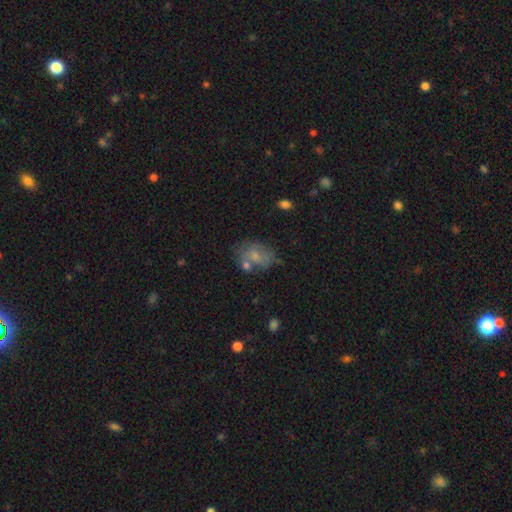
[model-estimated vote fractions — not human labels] smooth_or_featured: smooth (p=0.63) [alt: featured or disk p=0.26]
how_rounded: in between (p=0.69) [alt: round p=0.29]
merging: none (p=0.46) [alt: minor disturbance p=0.22]